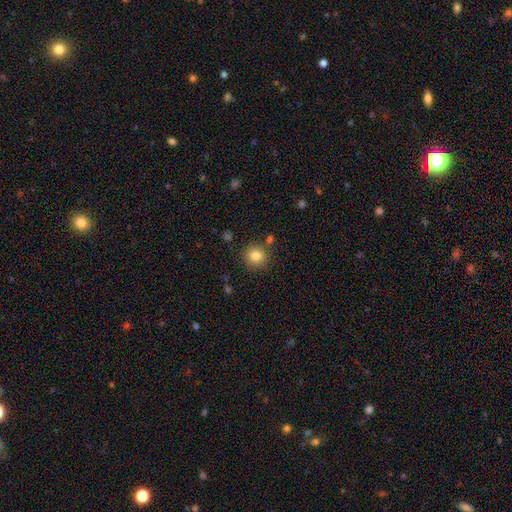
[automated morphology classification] Smooth or featured?
  - smooth: 83% *
  - star or artifact: 11%
  - featured or disk: 6%
How rounded?
  - round: 92% *
  - in between: 7%
  - cigar-shaped: 1%
Merging?
  - none: 84% *
  - minor disturbance: 8%
  - merger: 5%
  - major disturbance: 3%